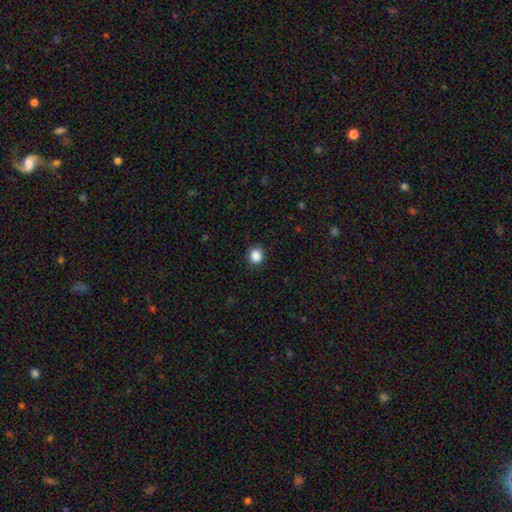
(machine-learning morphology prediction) This appears to be a smooth galaxy with no disk features (87%) that is round (92%). Merging: none (92%).